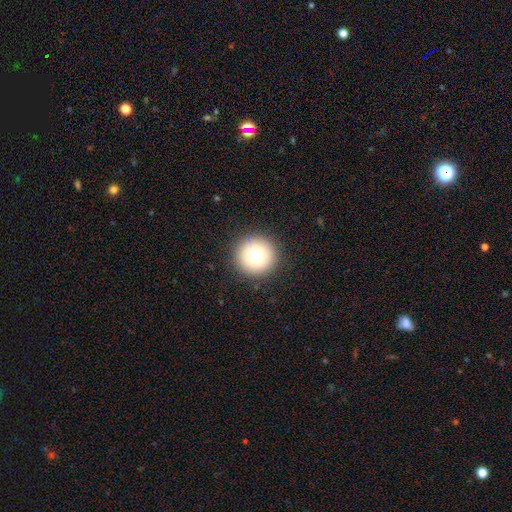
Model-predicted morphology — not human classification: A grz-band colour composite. It shows a smooth galaxy with no disk features (75%) that is round (96%). Merging: none (91%).